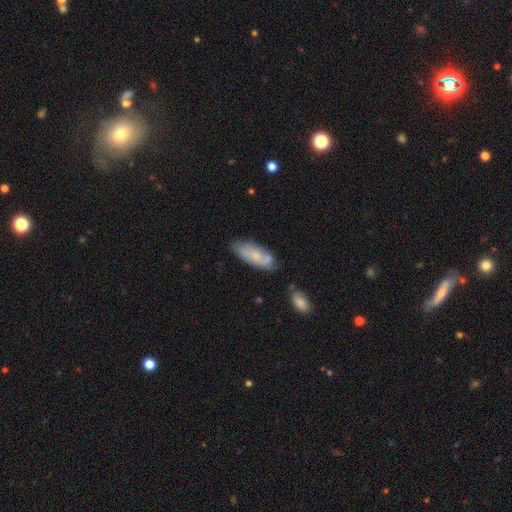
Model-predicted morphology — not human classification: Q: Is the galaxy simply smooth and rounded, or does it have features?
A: smooth — 60%.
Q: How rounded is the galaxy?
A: in between — 74%.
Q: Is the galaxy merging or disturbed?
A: none — 66%.